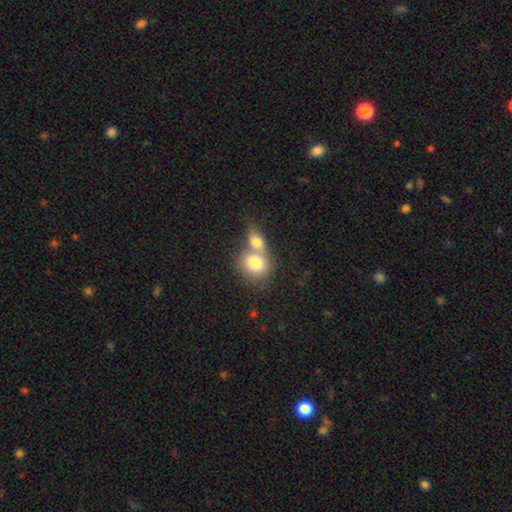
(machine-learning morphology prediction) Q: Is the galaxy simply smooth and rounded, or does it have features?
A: smooth — 73%.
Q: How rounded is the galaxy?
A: round — 72%.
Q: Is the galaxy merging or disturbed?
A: merger — 58%.